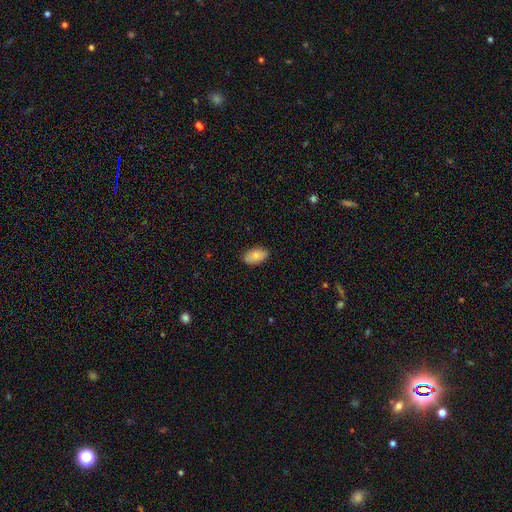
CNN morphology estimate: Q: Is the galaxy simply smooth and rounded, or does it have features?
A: smooth — 86%.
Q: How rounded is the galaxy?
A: in between — 94%.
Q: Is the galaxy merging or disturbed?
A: none — 87%.